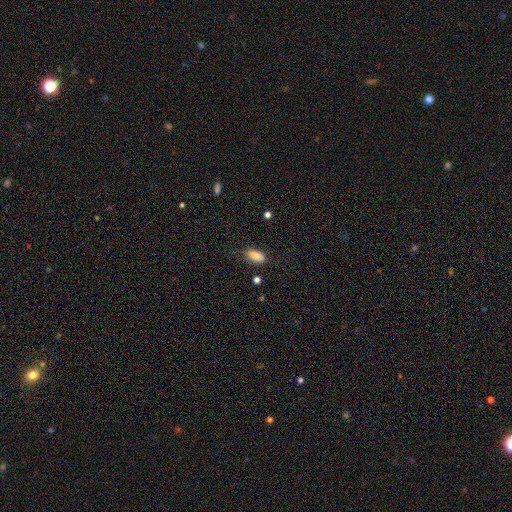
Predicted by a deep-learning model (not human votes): A smooth galaxy with no disk features (85%) that is in between round and cigar-shaped (90%).

Vote fractions:
- Smooth or featured? smooth: 85% / star or artifact: 8% / featured or disk: 7%
- How rounded? in between: 90% / cigar-shaped: 7% / round: 4%
- Merging? none: 75% / minor disturbance: 19% / major disturbance: 5% / merger: 2%